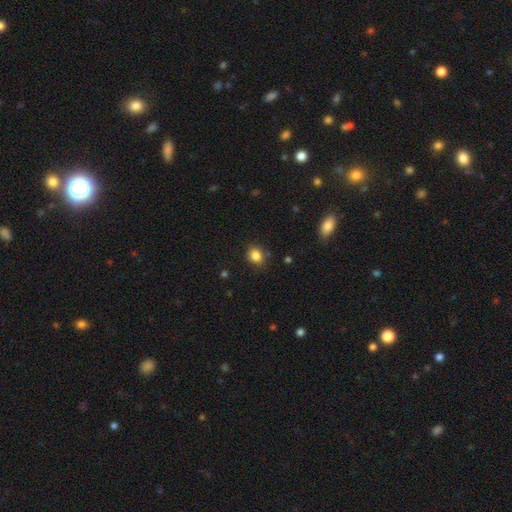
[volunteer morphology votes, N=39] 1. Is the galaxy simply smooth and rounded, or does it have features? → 90% smooth, 10% star or artifact, 0% featured or disk.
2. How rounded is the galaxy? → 69% round, 31% in between, 0% cigar-shaped.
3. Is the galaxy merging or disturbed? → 71% none, 23% minor disturbance, 3% major disturbance, 3% merger.